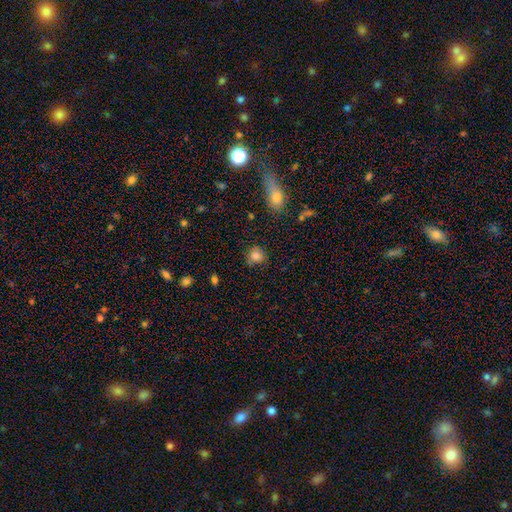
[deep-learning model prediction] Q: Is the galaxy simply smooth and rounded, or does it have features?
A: smooth — 82%.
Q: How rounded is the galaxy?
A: round — 83%.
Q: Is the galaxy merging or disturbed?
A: none — 81%.